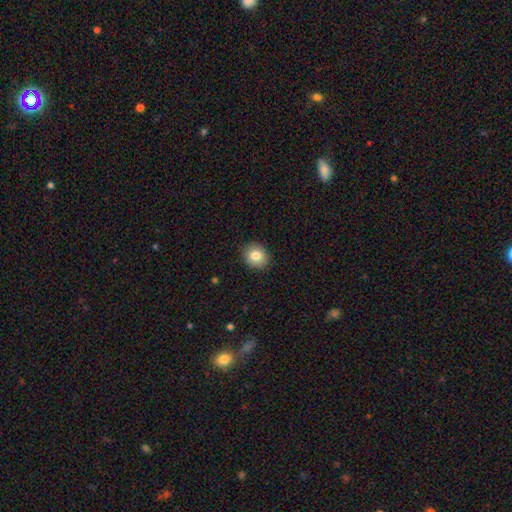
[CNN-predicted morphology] type=smooth (82%); roundness=round (75%); merging=none (91%).